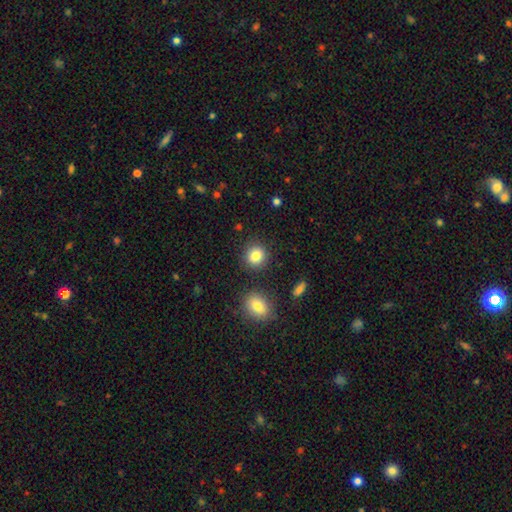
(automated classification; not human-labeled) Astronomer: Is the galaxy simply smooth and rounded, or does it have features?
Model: smooth — 84%.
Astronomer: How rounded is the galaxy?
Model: round — 83%.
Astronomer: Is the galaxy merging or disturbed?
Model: none — 87%.